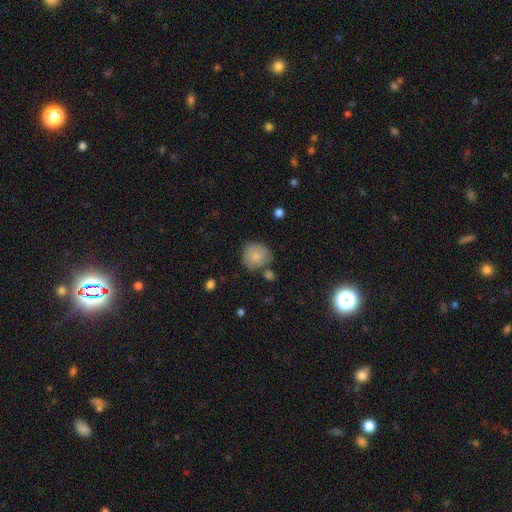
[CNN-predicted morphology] Smooth or featured: smooth — 82% (featured or disk — 10%)
How rounded: round — 85% (in between — 14%)
Merging: none — 64% (minor disturbance — 20%)